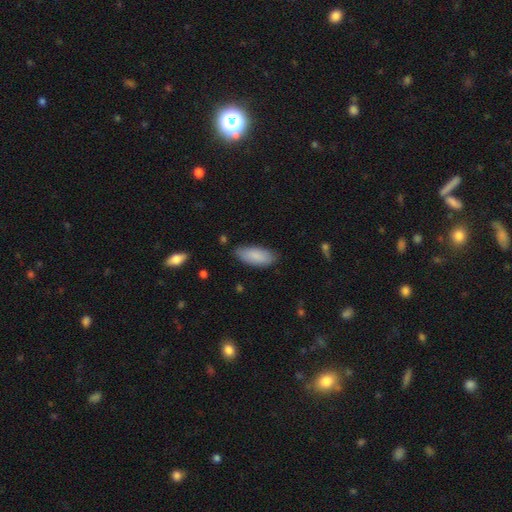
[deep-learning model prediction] Smooth or featured?
  - smooth: 86% *
  - featured or disk: 8%
  - star or artifact: 6%
How rounded?
  - in between: 81% *
  - cigar-shaped: 17%
  - round: 2%
Merging?
  - none: 78% *
  - minor disturbance: 17%
  - major disturbance: 3%
  - merger: 2%